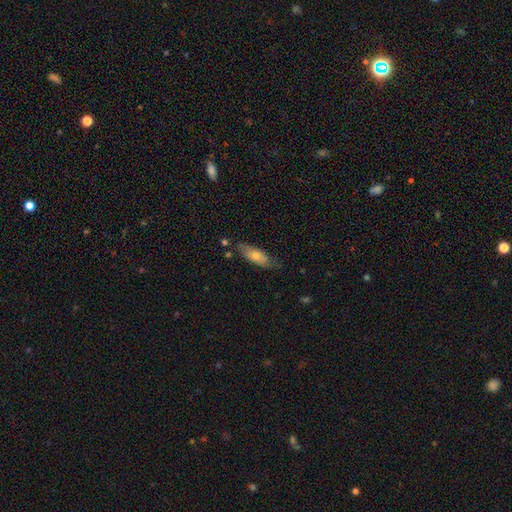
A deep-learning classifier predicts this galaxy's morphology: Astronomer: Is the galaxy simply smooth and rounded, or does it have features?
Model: smooth — 62%.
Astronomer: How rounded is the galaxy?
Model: in between — 69%.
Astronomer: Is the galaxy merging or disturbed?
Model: none — 67%.